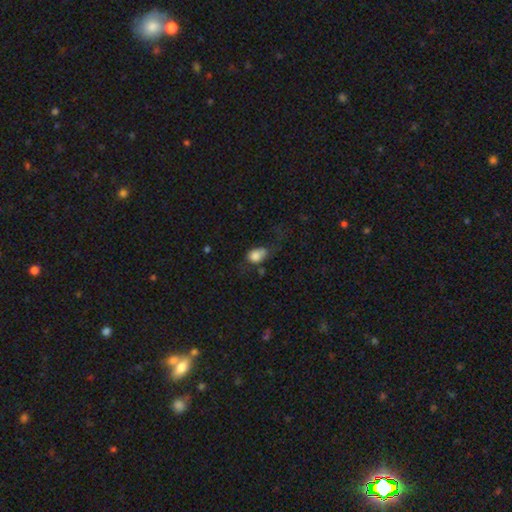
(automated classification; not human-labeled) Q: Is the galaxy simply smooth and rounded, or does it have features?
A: smooth — 81%.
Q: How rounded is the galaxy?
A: in between — 68%.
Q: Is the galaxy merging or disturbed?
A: none — 34%.